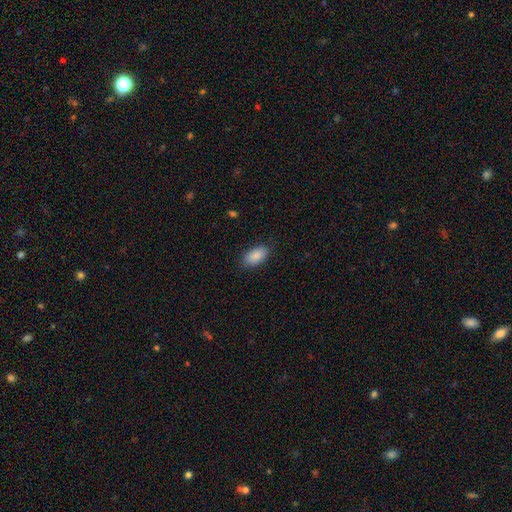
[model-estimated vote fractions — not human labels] Smooth or featured?
  - smooth: 89% *
  - star or artifact: 7%
  - featured or disk: 4%
How rounded?
  - in between: 94% *
  - round: 3%
  - cigar-shaped: 3%
Merging?
  - none: 86% *
  - minor disturbance: 10%
  - major disturbance: 3%
  - merger: 1%